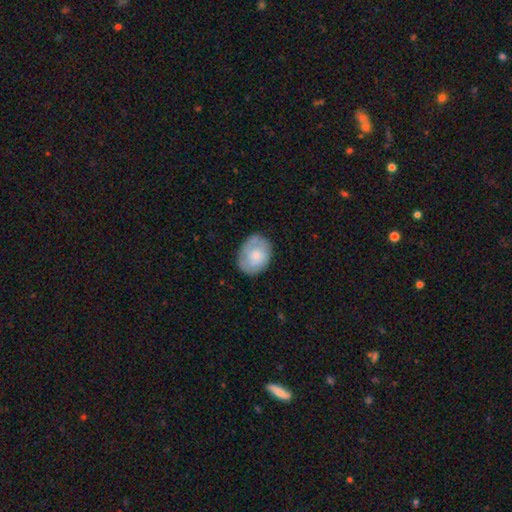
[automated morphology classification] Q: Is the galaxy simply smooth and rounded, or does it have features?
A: smooth — 66%.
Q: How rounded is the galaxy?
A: in between — 59%.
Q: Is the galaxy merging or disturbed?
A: none — 71%.